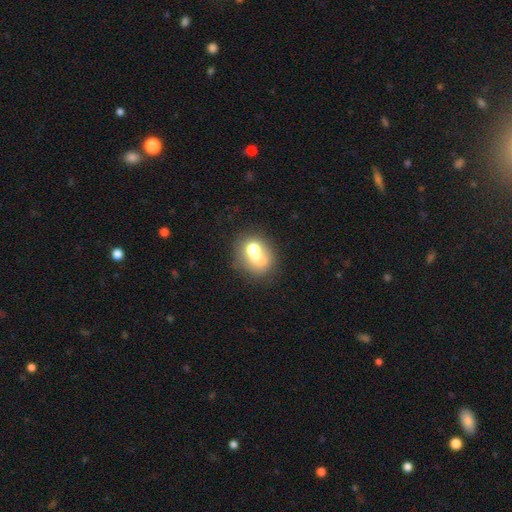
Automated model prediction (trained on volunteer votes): A smooth galaxy with no disk features (59%) that is round (62%). Merging: merger (44%).